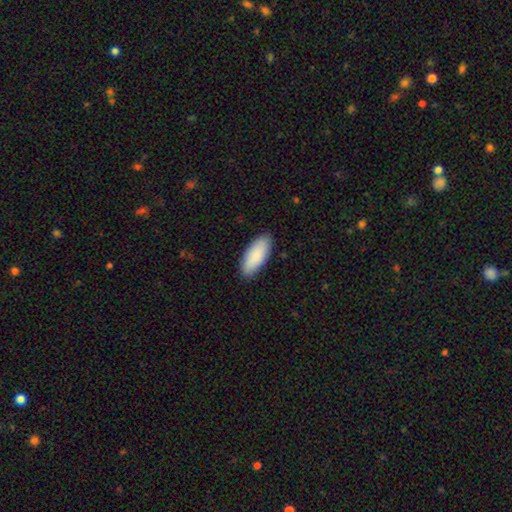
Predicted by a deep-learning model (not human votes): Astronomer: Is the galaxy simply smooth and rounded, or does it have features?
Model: smooth — 88%.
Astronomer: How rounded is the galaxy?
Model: in between — 83%.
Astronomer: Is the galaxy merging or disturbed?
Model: none — 87%.